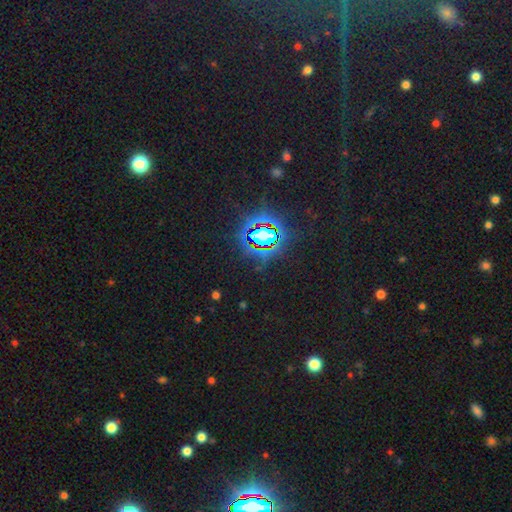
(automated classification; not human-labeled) This is clearly a star or artifact rather than a galaxy (84%).